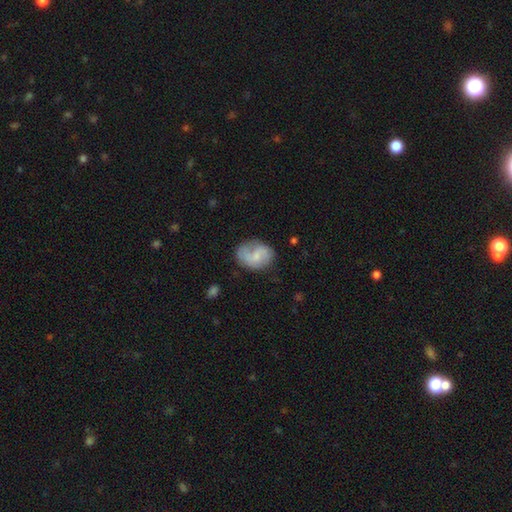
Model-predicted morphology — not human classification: smooth_or_featured: smooth (p=0.47) [alt: featured or disk p=0.46]
merging: none (p=0.58) [alt: minor disturbance p=0.26]